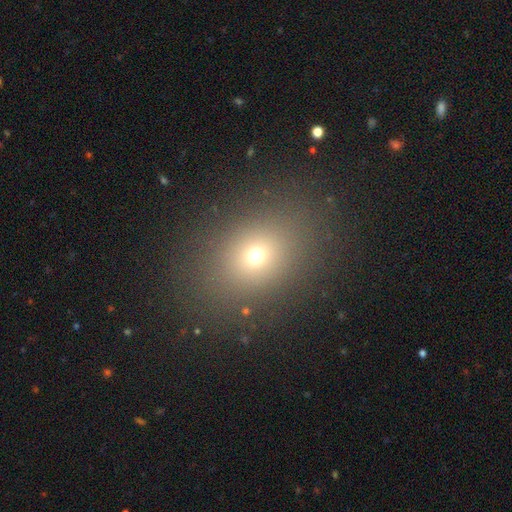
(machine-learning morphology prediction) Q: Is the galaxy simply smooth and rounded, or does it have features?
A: smooth — 69%.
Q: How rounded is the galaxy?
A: in between — 54%.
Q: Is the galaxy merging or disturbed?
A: none — 84%.